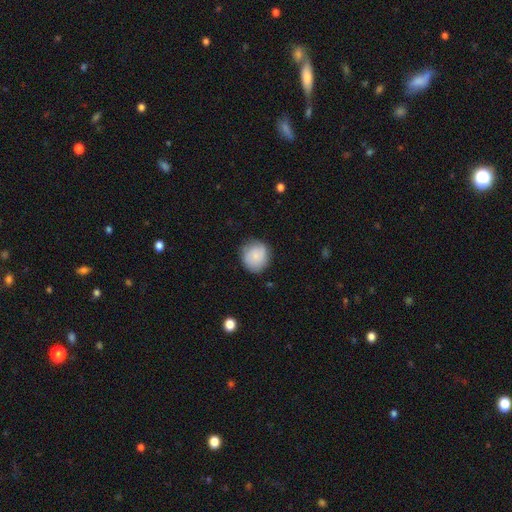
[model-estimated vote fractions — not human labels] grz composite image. It shows a smooth galaxy with no disk features (75%) that is round (87%). Merging: none (78%).